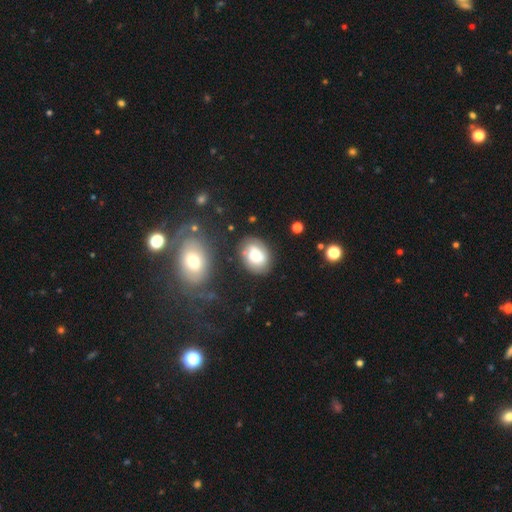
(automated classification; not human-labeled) This appears to be a smooth galaxy with no disk features (59%) that is in between round and cigar-shaped (66%). Merging: none (71%).